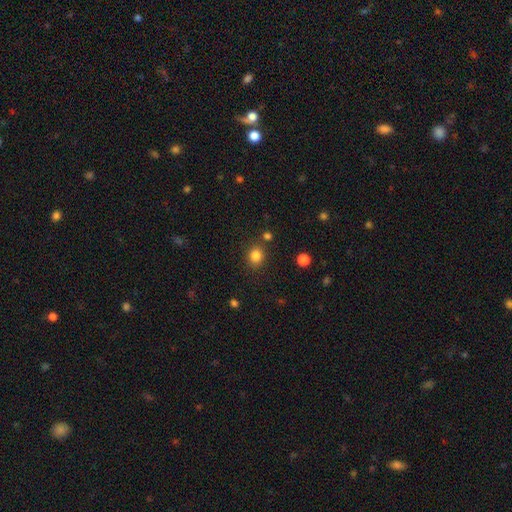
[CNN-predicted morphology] This appears to be a smooth galaxy with no disk features (83%) that is round (73%). Merging: none (83%).